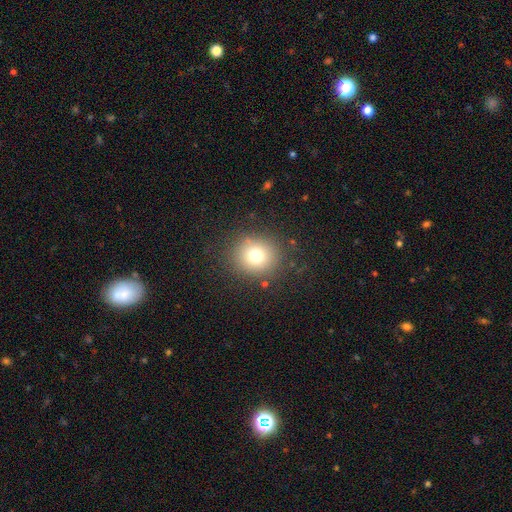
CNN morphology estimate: This appears to be a smooth galaxy with no disk features (74%) that is round (86%). Merging: none (85%).